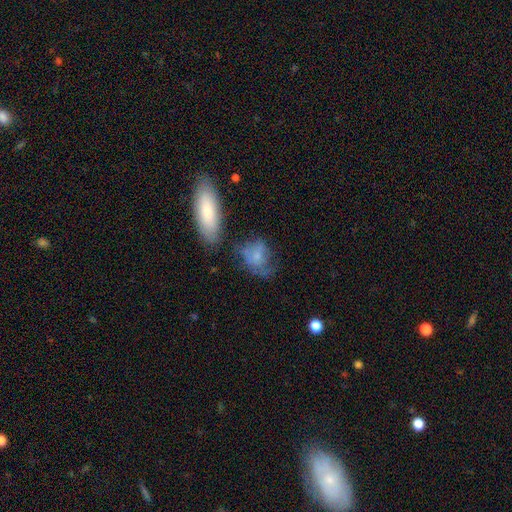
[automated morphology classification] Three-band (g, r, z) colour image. It shows a smooth galaxy with no disk features (65%) that is in between round and cigar-shaped (61%). Merging: none (39%).